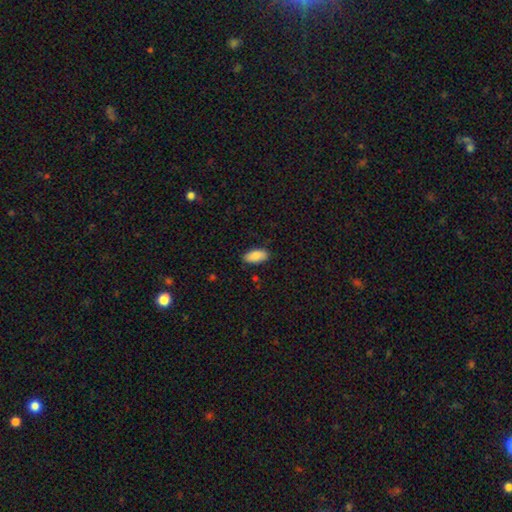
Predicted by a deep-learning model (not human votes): Smooth or featured: smooth — 87% (featured or disk — 7%)
How rounded: in between — 92% (cigar-shaped — 6%)
Merging: none — 85% (minor disturbance — 11%)